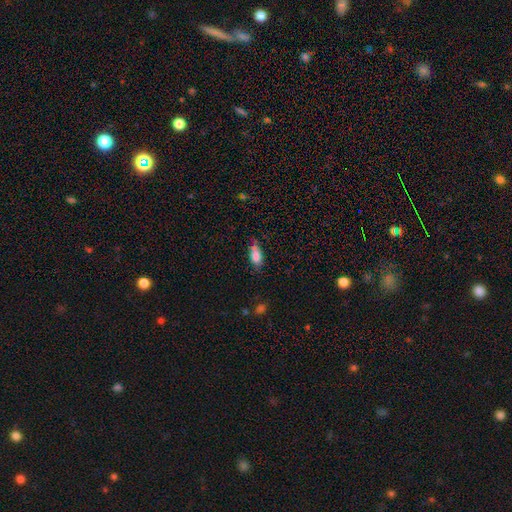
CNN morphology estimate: The model was most divided on "merging": none: 61%, minor disturbance: 28%, major disturbance: 7%, merger: 4%. More confident: how rounded — in between (83%); smooth or featured — smooth (80%).